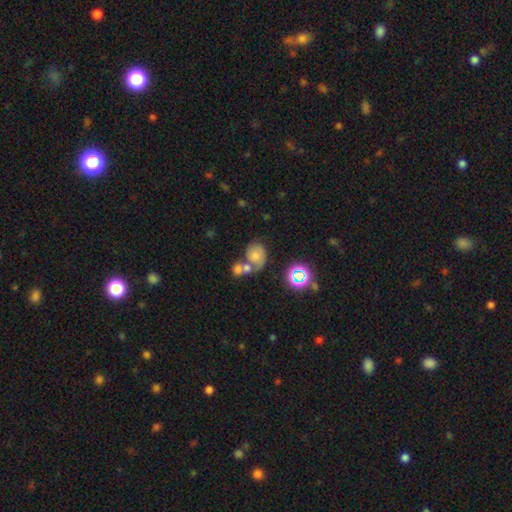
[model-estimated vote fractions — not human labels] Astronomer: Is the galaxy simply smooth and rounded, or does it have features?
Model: smooth — 55%.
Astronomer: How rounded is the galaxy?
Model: round — 53% (runner-up: in between, 45%).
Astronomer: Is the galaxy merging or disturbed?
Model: merger — 51% (runner-up: none, 30%).